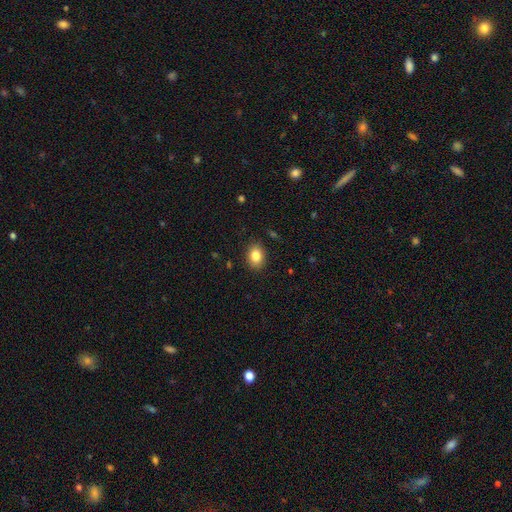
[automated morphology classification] smooth-or-featured: smooth: 85% | star or artifact: 9% | featured or disk: 6%
  how-rounded: in between: 69% | round: 30% | cigar-shaped: 1%
  merging: none: 88% | minor disturbance: 8% | major disturbance: 2% | merger: 1%